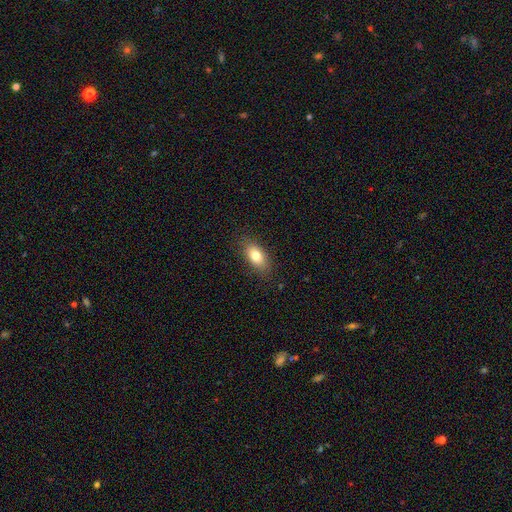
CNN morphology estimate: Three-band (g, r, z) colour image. It shows a smooth galaxy with no disk features (80%) that is in between round and cigar-shaped (87%). Merging: none (84%).